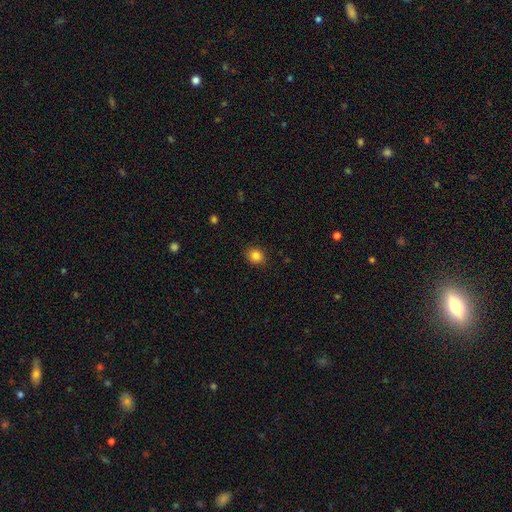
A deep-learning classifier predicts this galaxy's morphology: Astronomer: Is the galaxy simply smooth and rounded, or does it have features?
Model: smooth — 85%.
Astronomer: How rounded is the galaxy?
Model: round — 67%.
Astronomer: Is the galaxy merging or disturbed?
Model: none — 88%.